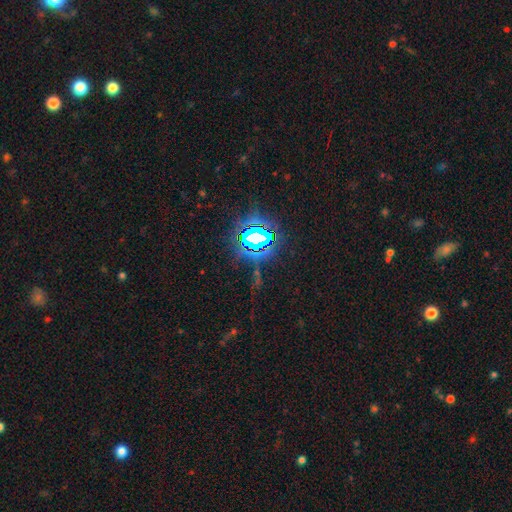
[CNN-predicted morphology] Smooth or featured: star or artifact — 81% (smooth — 12%)